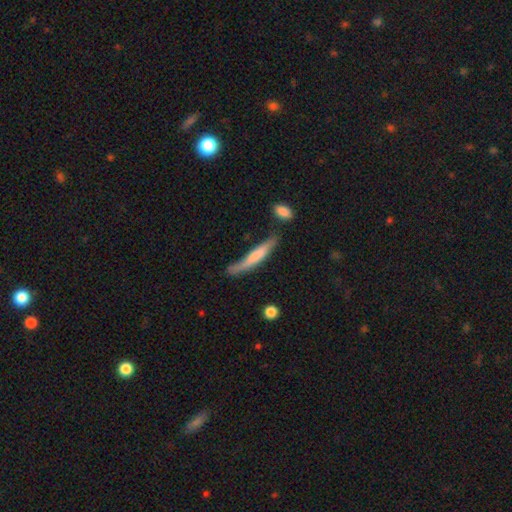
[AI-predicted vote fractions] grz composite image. It shows a smooth galaxy with no disk features (60%) that is cigar-shaped (92%). Merging: none (55%).